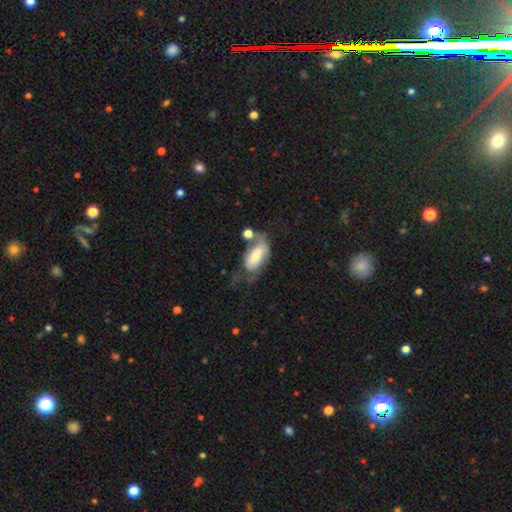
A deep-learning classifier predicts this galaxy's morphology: This is possibly a smooth galaxy (54%). How rounded: clearly in between (91%). Merging: marginally major disturbance (34%).